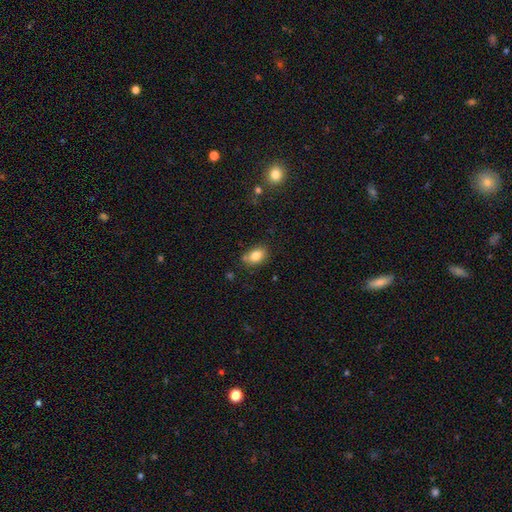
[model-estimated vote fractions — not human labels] smooth 81%, featured or disk 10%, star or artifact 9%. Down the decision tree: how rounded — in between (80%); merging — none (68%).